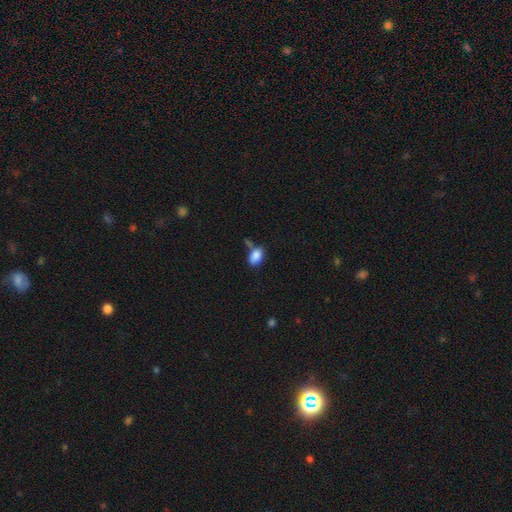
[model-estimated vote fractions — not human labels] Smooth or featured? smooth (86%)
How rounded? in between (90%)
Merging? none (51%)